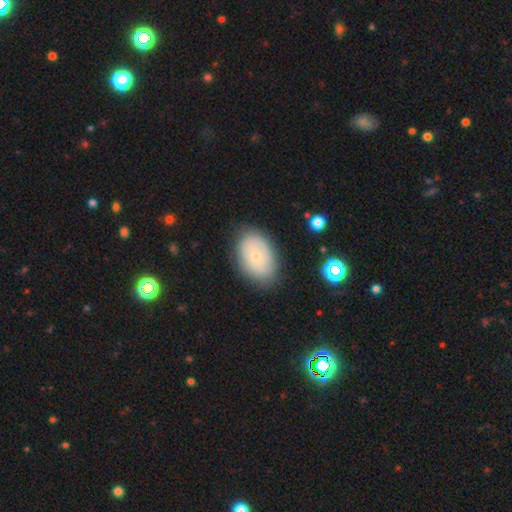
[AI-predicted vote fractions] Overall: smooth (53%; featured or disk 38%). How rounded: in between (87%). Merging: none (77%).